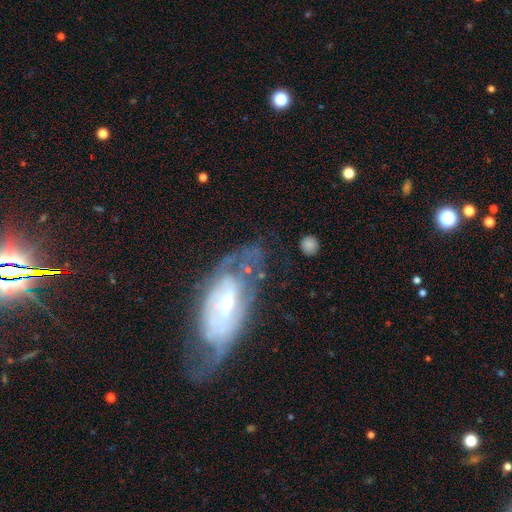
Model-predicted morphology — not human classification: Overall: featured or disk (72%). Edge-on disk: no (87%). Bar: no (46%; weak 40%). Spiral arms: yes (77%). Bulge size: small (48%; moderate 36%). Merging: none (53%; minor disturbance 24%).